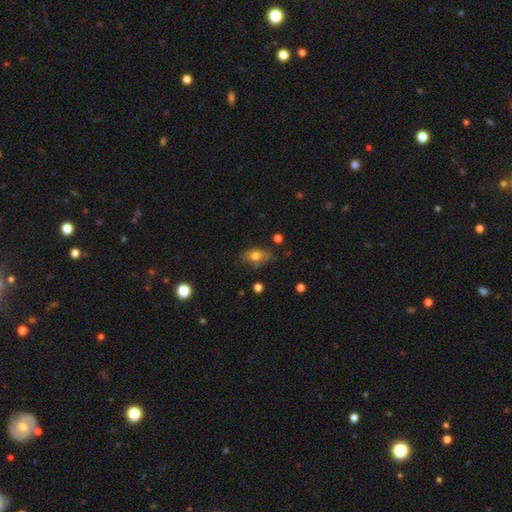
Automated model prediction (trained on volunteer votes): smooth 71%, featured or disk 19%, star or artifact 10%. Down the decision tree: how rounded — in between (79%); merging — none (68%).